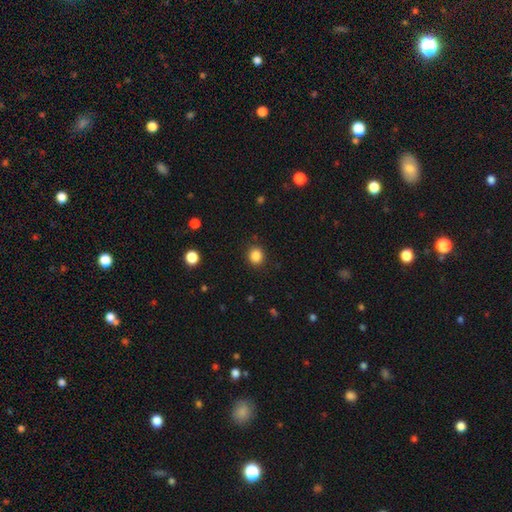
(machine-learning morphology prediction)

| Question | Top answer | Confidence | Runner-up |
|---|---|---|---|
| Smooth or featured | smooth | 86% | star or artifact (11%) |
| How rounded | round | 85% | in between (14%) |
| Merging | none | 90% | minor disturbance (6%) |